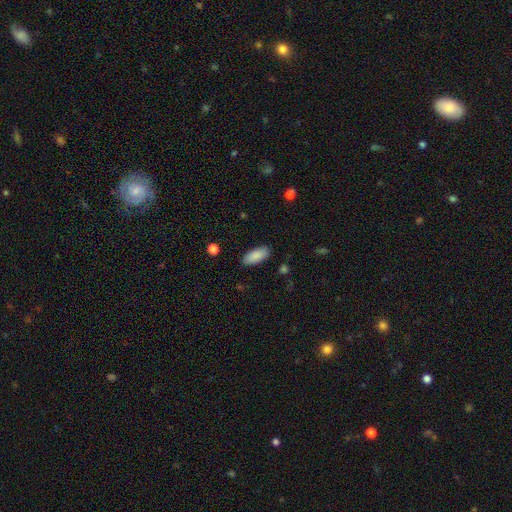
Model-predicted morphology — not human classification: The model was most divided on "how rounded": in between: 85%, cigar-shaped: 13%, round: 2%. More confident: merging — none (88%); smooth or featured — smooth (88%).